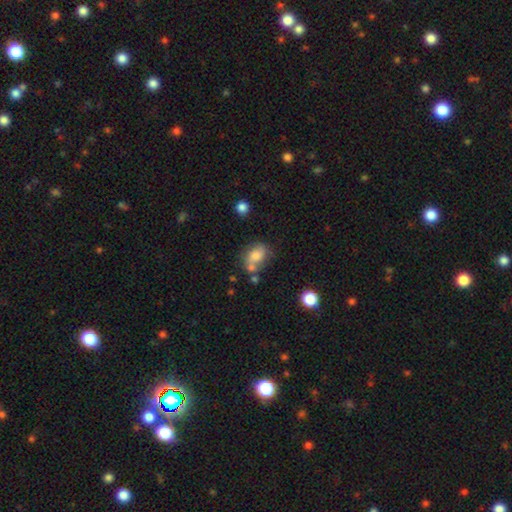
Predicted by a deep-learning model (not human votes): A smooth galaxy with no disk features (70%) that is in between round and cigar-shaped (70%).

Vote fractions:
- Smooth or featured? smooth: 70% / featured or disk: 19% / star or artifact: 11%
- How rounded? in between: 70% / round: 28% / cigar-shaped: 2%
- Merging? none: 46% / merger: 23% / minor disturbance: 22% / major disturbance: 9%